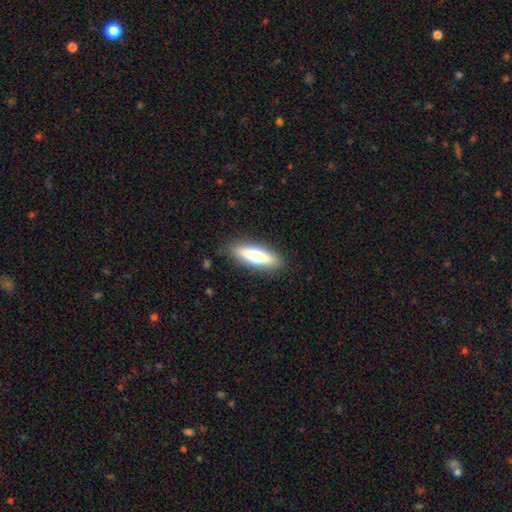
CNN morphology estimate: Smooth or featured: smooth — 62% (featured or disk — 32%)
How rounded: cigar-shaped — 58% (in between — 40%)
Merging: none — 88% (minor disturbance — 9%)